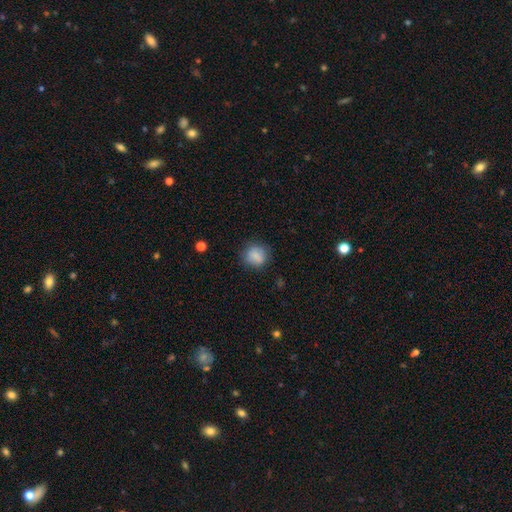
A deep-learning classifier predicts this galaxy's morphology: This is clearly a smooth galaxy (82%). How rounded: likely round (74%). Merging: likely none (76%).